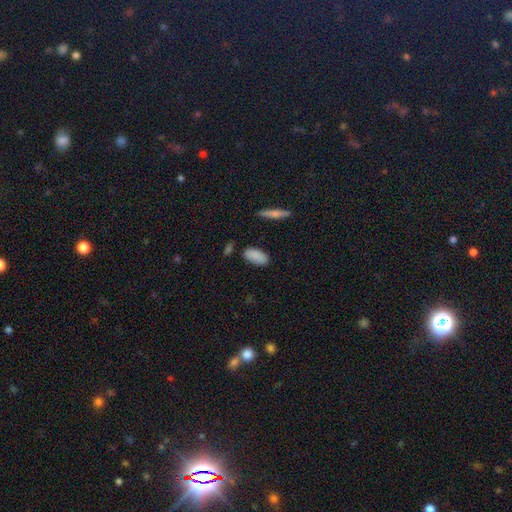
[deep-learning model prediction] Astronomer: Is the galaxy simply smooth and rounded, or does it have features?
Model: smooth — 86%.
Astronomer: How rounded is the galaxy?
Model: in between — 92%.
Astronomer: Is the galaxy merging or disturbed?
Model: none — 80%.